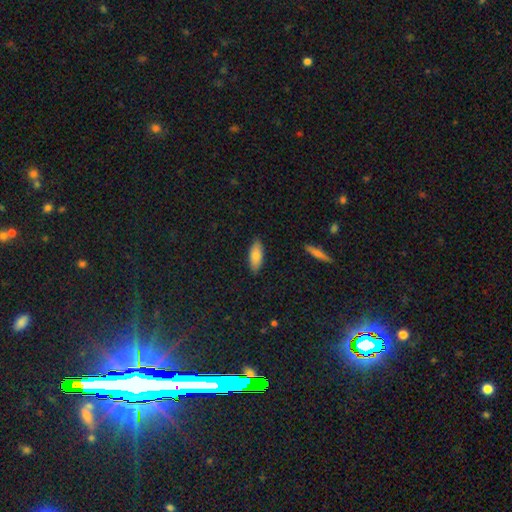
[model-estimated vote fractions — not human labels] Smooth or featured? smooth (83%)
How rounded? in between (82%)
Merging? none (86%)